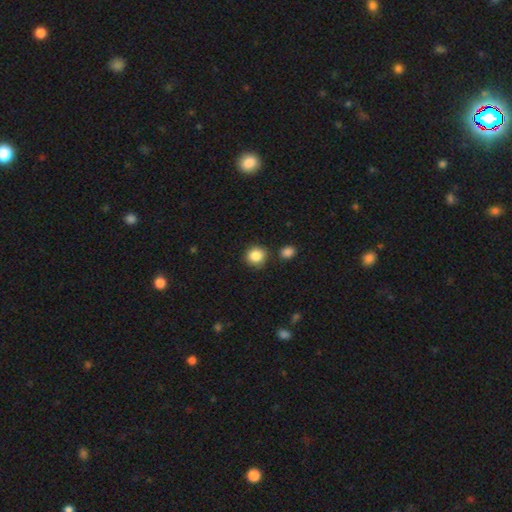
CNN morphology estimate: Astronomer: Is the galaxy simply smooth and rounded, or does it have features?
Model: smooth — 87%.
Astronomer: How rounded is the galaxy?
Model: round — 85%.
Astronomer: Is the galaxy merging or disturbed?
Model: none — 79%.